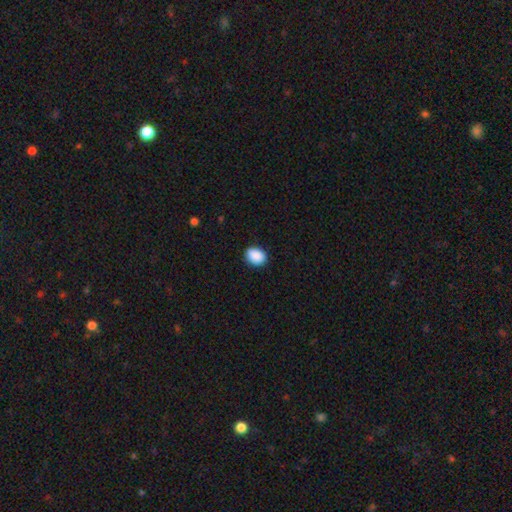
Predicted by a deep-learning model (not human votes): The model was most divided on "how rounded": in between: 67%, round: 32%, cigar-shaped: 1%. More confident: smooth or featured — smooth (91%); merging — none (88%).